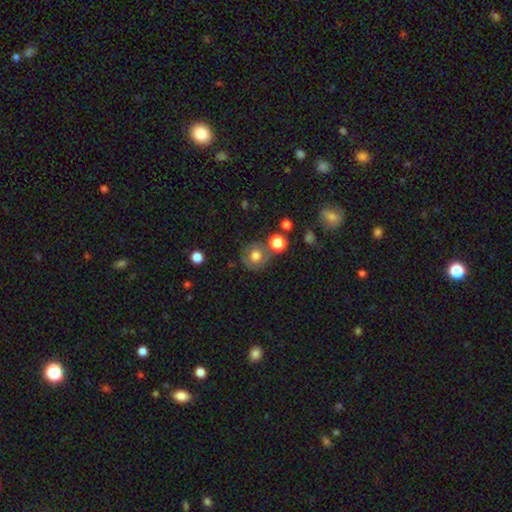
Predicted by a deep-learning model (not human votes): The model was most divided on "smooth or featured": smooth: 65%, featured or disk: 24%, star or artifact: 11%. More confident: how rounded — round (87%); merging — none (65%).